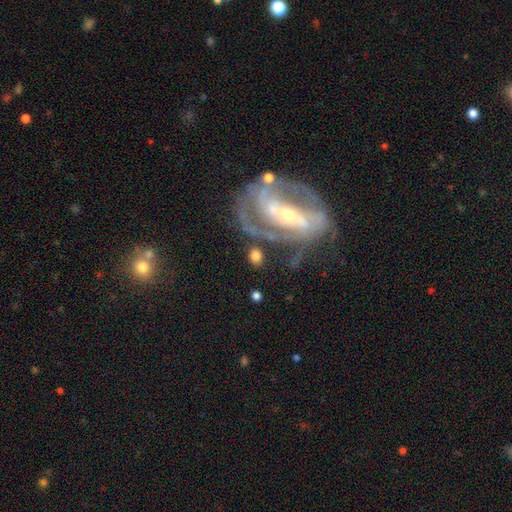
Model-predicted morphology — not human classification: smooth-or-featured: smooth: 54% | featured or disk: 38% | star or artifact: 8%
  how-rounded: in between: 52% | round: 43% | cigar-shaped: 4%
  merging: none: 68% | minor disturbance: 14% | merger: 10% | major disturbance: 9%